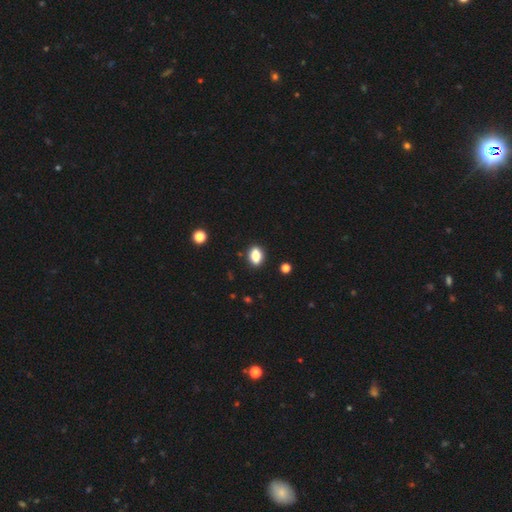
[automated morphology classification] A smooth galaxy with no disk features (84%) that is in between round and cigar-shaped (80%).

Vote fractions:
- Smooth or featured? smooth: 84% / star or artifact: 9% / featured or disk: 6%
- How rounded? in between: 80% / round: 17% / cigar-shaped: 2%
- Merging? none: 87% / minor disturbance: 9% / major disturbance: 2% / merger: 2%